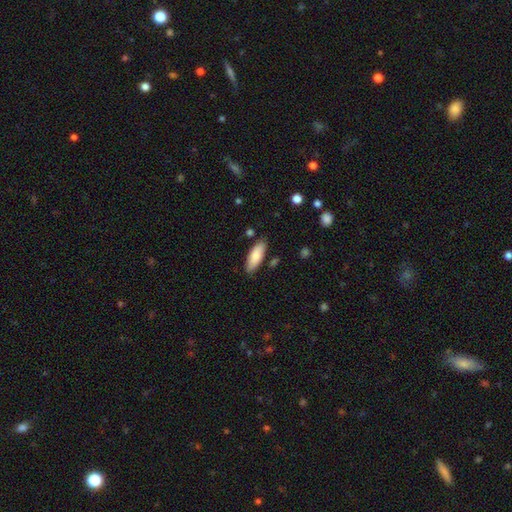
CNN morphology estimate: A smooth galaxy with no disk features (82%) that is in between round and cigar-shaped (69%). Merging: none (83%).